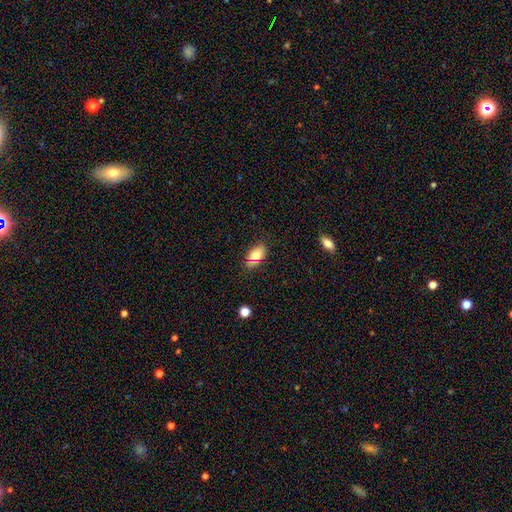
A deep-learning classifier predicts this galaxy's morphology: type=smooth (76%); roundness=in between (87%); merging=none (76%).